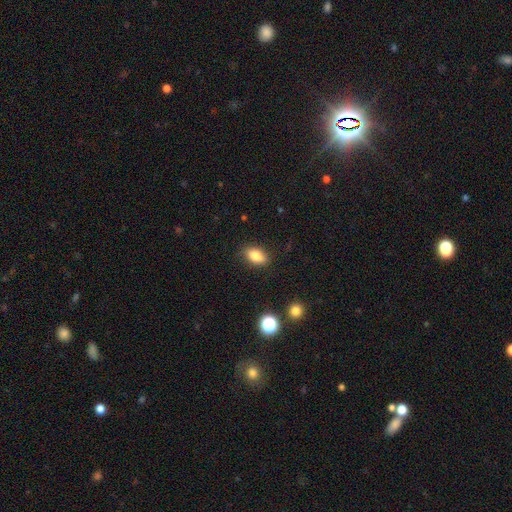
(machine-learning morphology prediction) A smooth galaxy with no disk features (80%) that is in between round and cigar-shaped (84%).

Vote fractions:
- Smooth or featured? smooth: 80% / featured or disk: 11% / star or artifact: 9%
- How rounded? in between: 84% / round: 9% / cigar-shaped: 6%
- Merging? none: 83% / minor disturbance: 13% / major disturbance: 3% / merger: 1%